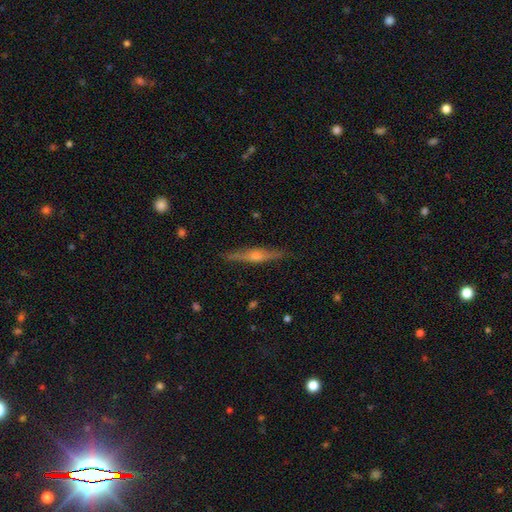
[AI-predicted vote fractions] Overall: featured or disk (76%). Edge-on disk: yes (98%). Edge-on bulge: rounded (86%). Merging: none (90%).